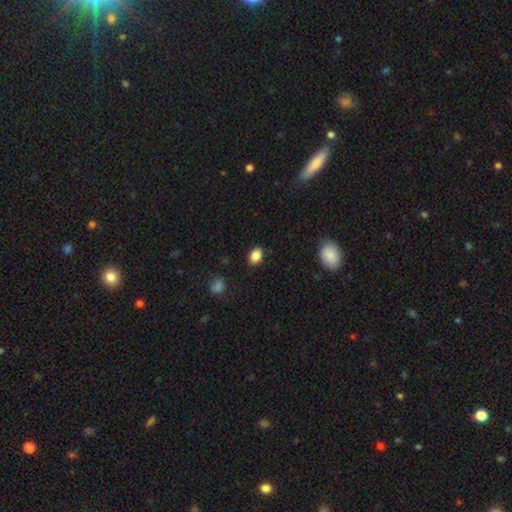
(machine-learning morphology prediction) Q: Smooth or featured?
A: smooth (87%); runner-up: star or artifact (9%)
Q: How rounded?
A: in between (77%); runner-up: round (21%)
Q: Merging?
A: none (87%); runner-up: minor disturbance (10%)